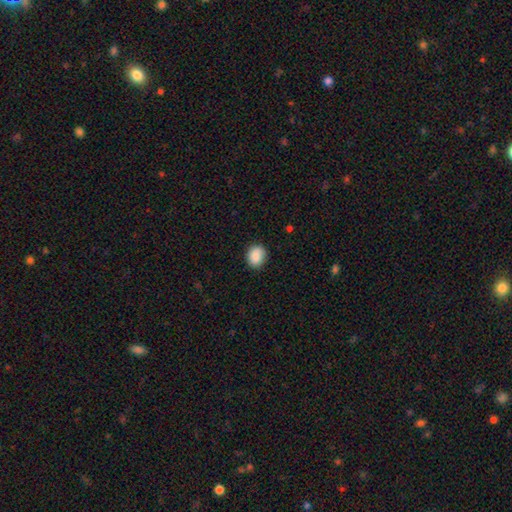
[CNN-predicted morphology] Smooth or featured: smooth — 88% (star or artifact — 7%)
How rounded: round — 62% (in between — 37%)
Merging: none — 85% (minor disturbance — 12%)